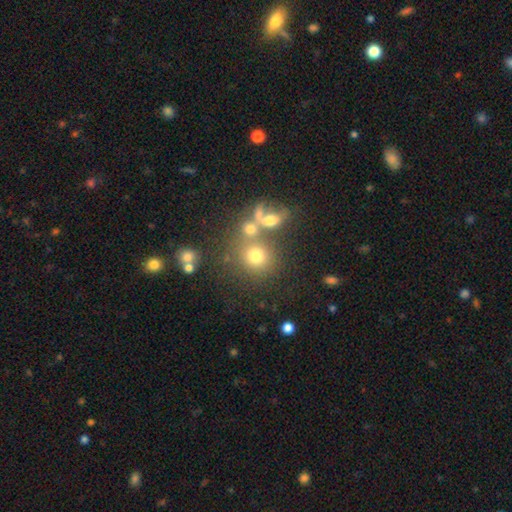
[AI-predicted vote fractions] Smooth or featured?
  - smooth: 70% *
  - star or artifact: 17%
  - featured or disk: 13%
How rounded?
  - round: 81% *
  - in between: 18%
  - cigar-shaped: 1%
Merging?
  - none: 54% *
  - merger: 28%
  - minor disturbance: 10%
  - major disturbance: 7%